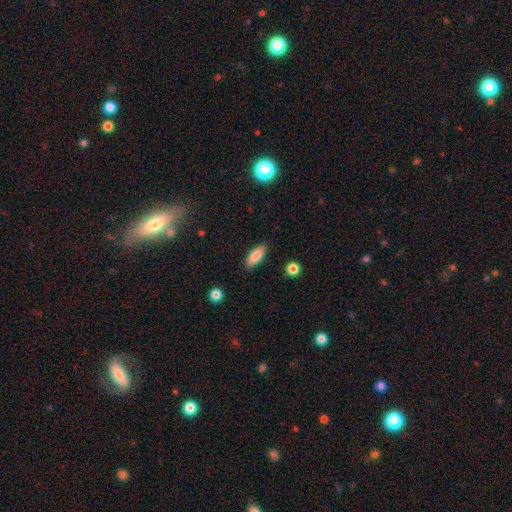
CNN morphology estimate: smooth-or-featured: smooth: 84% | featured or disk: 9% | star or artifact: 7%
  how-rounded: in between: 81% | cigar-shaped: 17% | round: 2%
  merging: none: 88% | minor disturbance: 9% | major disturbance: 2% | merger: 1%